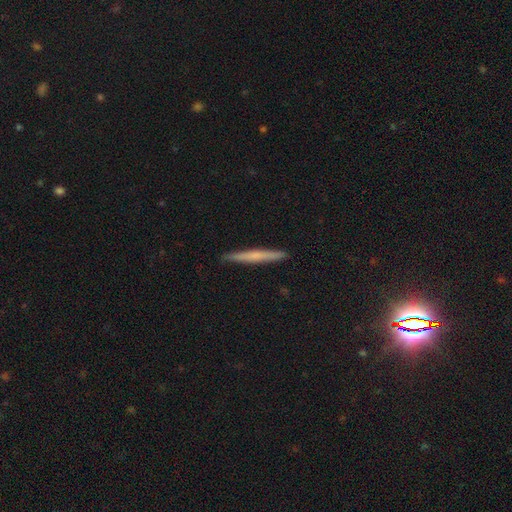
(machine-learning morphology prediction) Smooth or featured?
  - smooth: 53% *
  - featured or disk: 42%
  - star or artifact: 6%
How rounded?
  - cigar-shaped: 97% *
  - in between: 2%
  - round: 1%
Merging?
  - none: 92% *
  - minor disturbance: 6%
  - major disturbance: 1%
  - merger: 1%